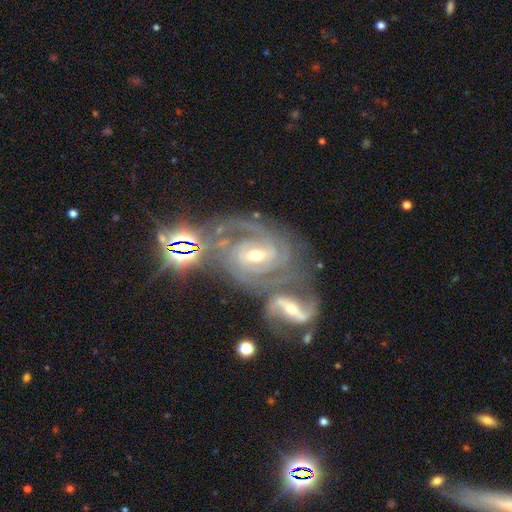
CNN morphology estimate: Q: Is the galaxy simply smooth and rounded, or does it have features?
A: featured or disk — 89%.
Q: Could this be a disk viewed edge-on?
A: no — 97%.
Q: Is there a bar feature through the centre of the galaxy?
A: strong — 45%.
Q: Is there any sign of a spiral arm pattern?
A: yes — 97%.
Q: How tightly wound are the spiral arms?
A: tight — 49%.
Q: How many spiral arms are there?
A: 2 — 49%.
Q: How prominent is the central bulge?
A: moderate — 56%.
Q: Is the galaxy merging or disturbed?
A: merger — 46%.